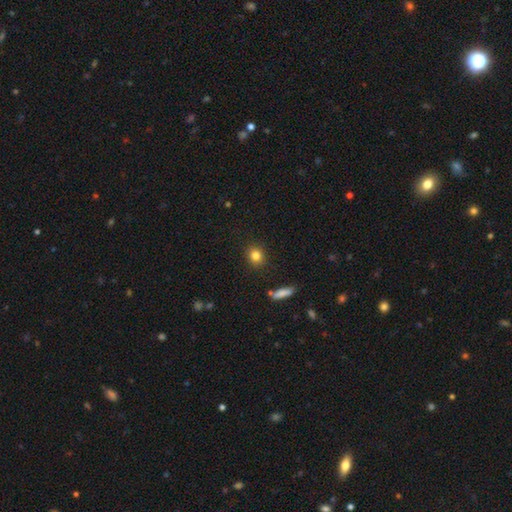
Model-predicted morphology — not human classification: Q: Smooth or featured?
A: smooth (83%); runner-up: star or artifact (11%)
Q: How rounded?
A: round (76%); runner-up: in between (22%)
Q: Merging?
A: none (89%); runner-up: minor disturbance (7%)